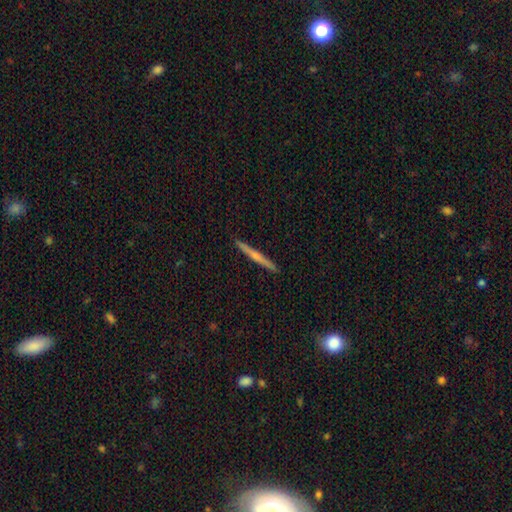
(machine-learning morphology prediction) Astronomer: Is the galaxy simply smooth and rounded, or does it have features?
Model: featured or disk — 56% (runner-up: smooth, 37%).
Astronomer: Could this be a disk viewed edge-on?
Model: yes — 98%.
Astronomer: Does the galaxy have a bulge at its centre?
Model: rounded — 57% (runner-up: none, 38%).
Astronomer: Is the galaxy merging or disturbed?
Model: none — 92%.